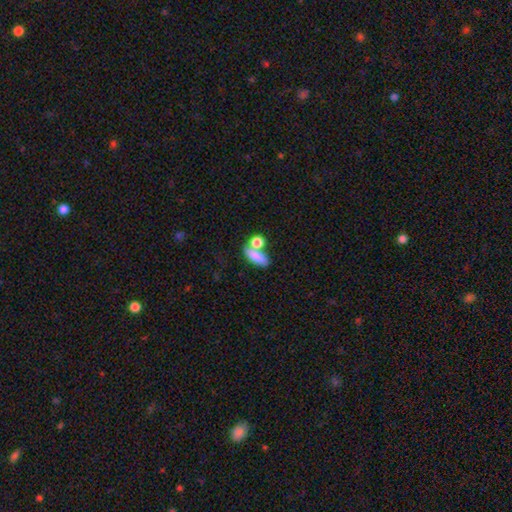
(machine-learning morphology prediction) A smooth galaxy with no disk features (80%) that is in between round and cigar-shaped (70%). Merging: none (44%).